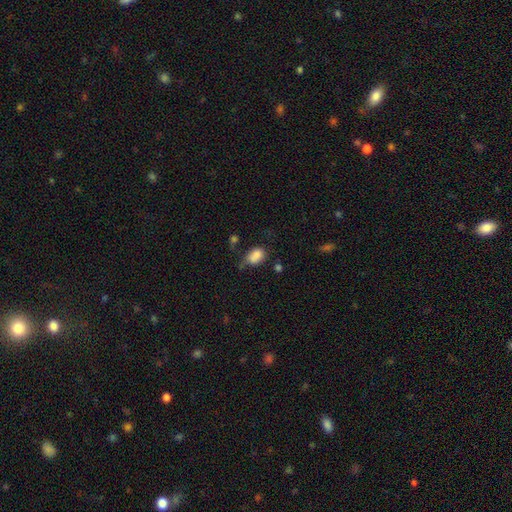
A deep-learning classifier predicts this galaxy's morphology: Smooth or featured? smooth (84%)
How rounded? in between (76%)
Merging? none (47%)